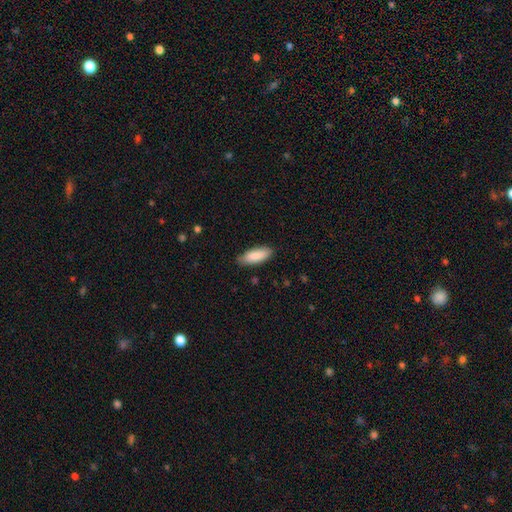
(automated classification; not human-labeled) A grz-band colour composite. It shows a smooth galaxy with no disk features (88%) that is in between round and cigar-shaped (70%). Merging: none (84%).